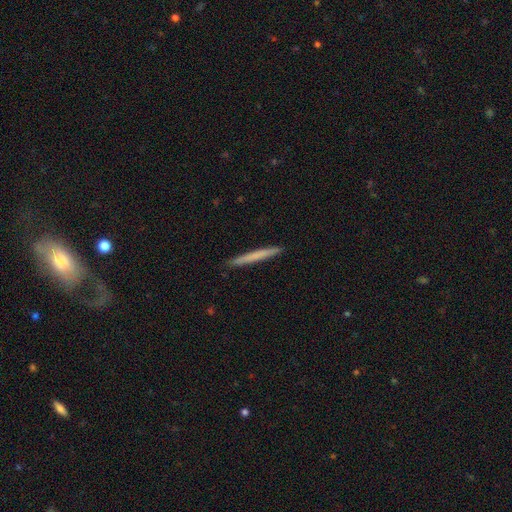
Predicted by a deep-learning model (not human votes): A smooth galaxy with no disk features (64%) that is cigar-shaped (97%). Merging: none (92%).